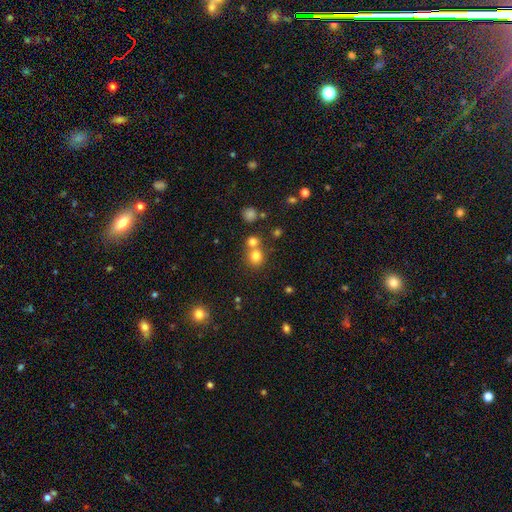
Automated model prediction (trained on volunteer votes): Smooth or featured?
  - smooth: 77% *
  - star or artifact: 15%
  - featured or disk: 8%
How rounded?
  - round: 86% *
  - in between: 13%
  - cigar-shaped: 1%
Merging?
  - none: 57% *
  - merger: 33%
  - minor disturbance: 7%
  - major disturbance: 3%